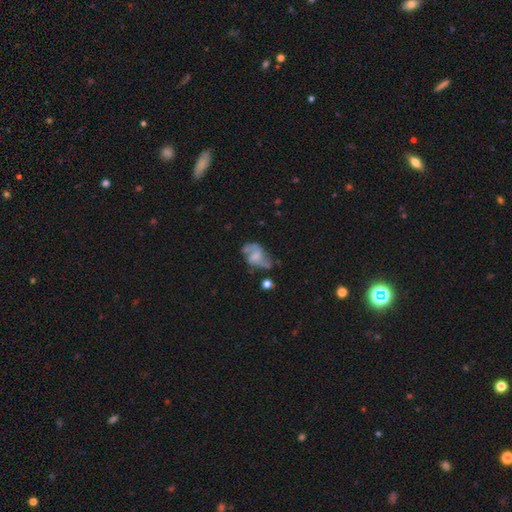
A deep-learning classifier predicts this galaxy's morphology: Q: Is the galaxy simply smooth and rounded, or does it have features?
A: featured or disk — 64%.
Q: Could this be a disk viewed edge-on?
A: no — 97%.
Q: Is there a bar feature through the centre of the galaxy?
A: no — 58%.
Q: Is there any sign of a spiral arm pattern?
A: yes — 78%.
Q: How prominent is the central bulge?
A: none — 39%.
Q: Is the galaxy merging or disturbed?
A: none — 39%.